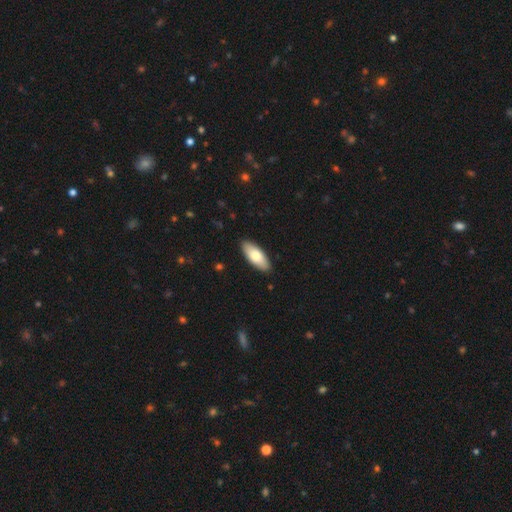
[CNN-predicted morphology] A smooth galaxy with no disk features (77%) that is in between round and cigar-shaped (79%).

Vote fractions:
- Smooth or featured? smooth: 77% / featured or disk: 17% / star or artifact: 5%
- How rounded? in between: 79% / cigar-shaped: 19% / round: 2%
- Merging? none: 90% / minor disturbance: 7% / major disturbance: 1% / merger: 1%